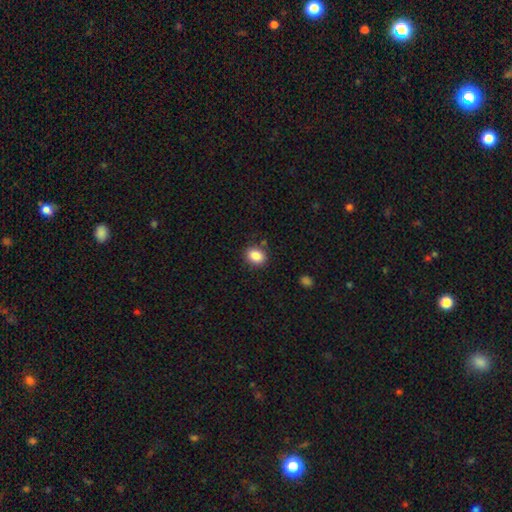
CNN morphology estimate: smooth 87%, star or artifact 9%, featured or disk 4%. Down the decision tree: how rounded — in between (59%); merging — none (84%).